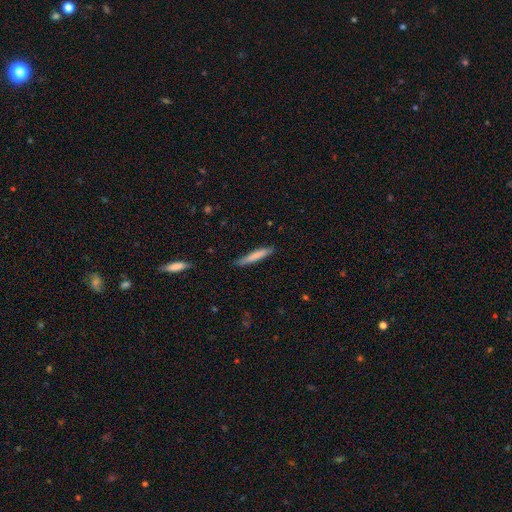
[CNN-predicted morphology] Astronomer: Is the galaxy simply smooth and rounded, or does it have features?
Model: smooth — 75%.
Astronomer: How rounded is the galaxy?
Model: cigar-shaped — 94%.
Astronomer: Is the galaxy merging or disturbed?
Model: none — 84%.